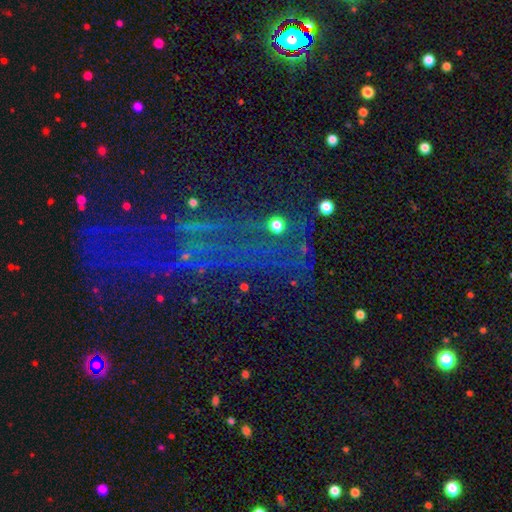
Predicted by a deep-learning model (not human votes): The model was most divided on "smooth or featured": star or artifact: 61%, featured or disk: 23%, smooth: 16%.